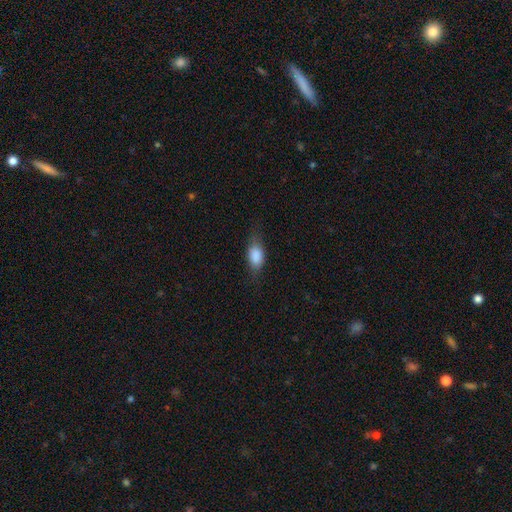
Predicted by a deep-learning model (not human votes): Smooth or featured?
  - smooth: 81% *
  - featured or disk: 11%
  - star or artifact: 7%
How rounded?
  - in between: 84% *
  - cigar-shaped: 9%
  - round: 7%
Merging?
  - none: 66% *
  - minor disturbance: 24%
  - major disturbance: 9%
  - merger: 1%